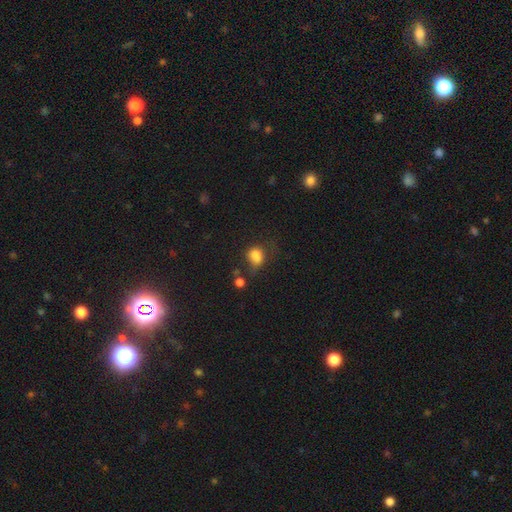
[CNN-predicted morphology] type=smooth (80%); roundness=in between (57%); merging=none (38%).